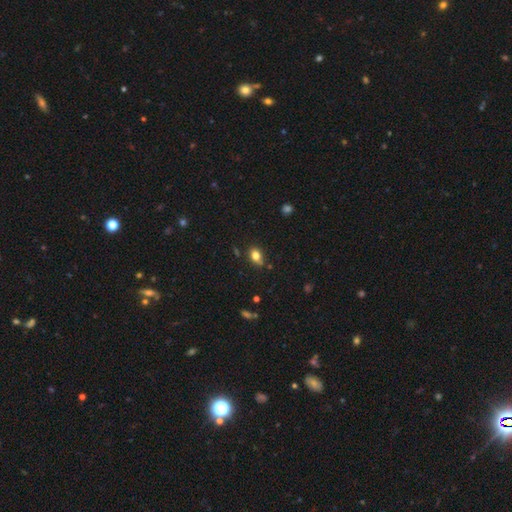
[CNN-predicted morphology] type=smooth (79%); roundness=in between (69%); merging=none (70%).